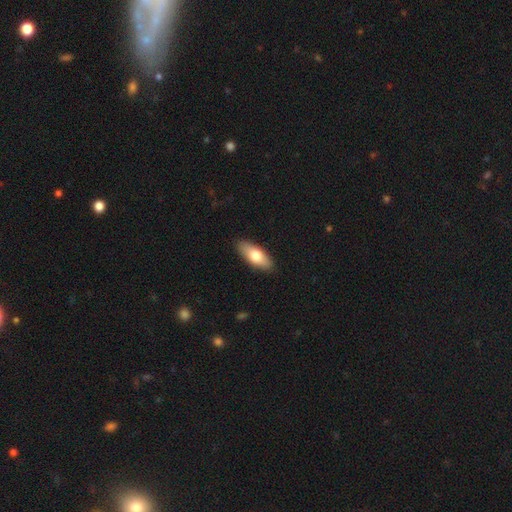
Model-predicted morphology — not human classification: A smooth galaxy with no disk features (72%) that is in between round and cigar-shaped (77%).

Vote fractions:
- Smooth or featured? smooth: 72% / featured or disk: 23% / star or artifact: 5%
- How rounded? in between: 77% / cigar-shaped: 21% / round: 2%
- Merging? none: 89% / minor disturbance: 8% / major disturbance: 2% / merger: 1%